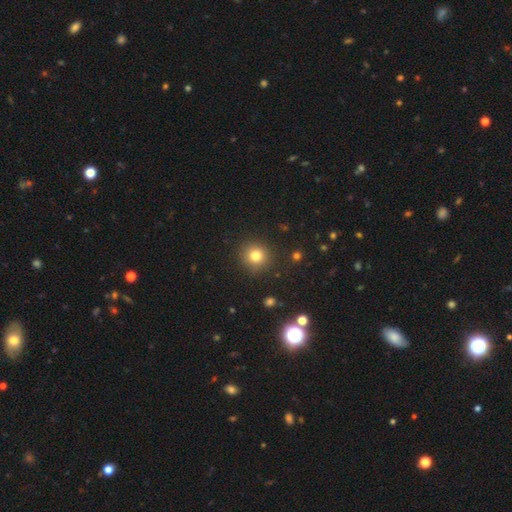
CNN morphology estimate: smooth 79%, star or artifact 14%, featured or disk 7%. Down the decision tree: how rounded — round (93%); merging — none (90%).